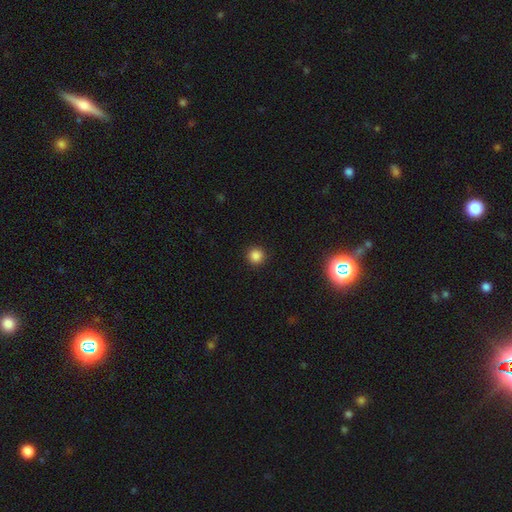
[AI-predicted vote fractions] Smooth or featured? smooth (85%)
How rounded? round (95%)
Merging? none (92%)